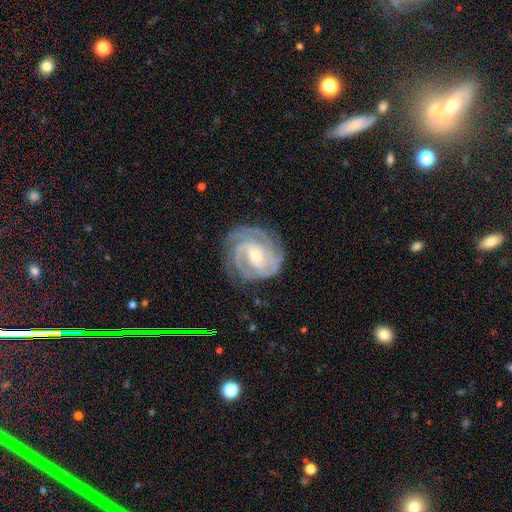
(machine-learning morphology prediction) Smooth or featured? Predicted: featured or disk (p=0.89). Edge-on disk? Predicted: no (p=0.98). Bar? Predicted: weak (p=0.42). Spiral arms? Predicted: yes (p=0.98). Spiral winding? Predicted: tight (p=0.69). Spiral arm count? Predicted: 3 (p=0.39). Bulge size? Predicted: small (p=0.64). Merging? Predicted: none (p=0.77).